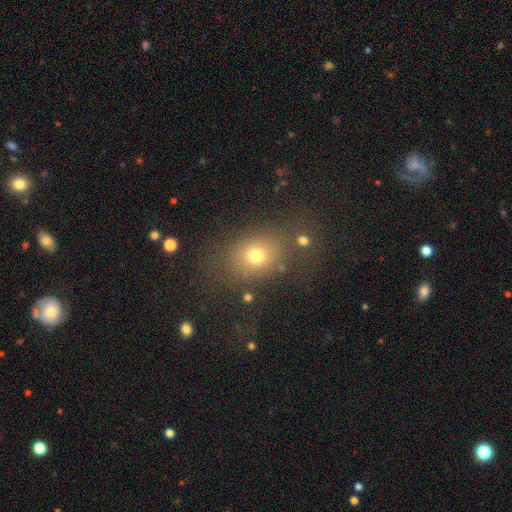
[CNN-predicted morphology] smooth_or_featured: smooth (p=0.71) [alt: star or artifact p=0.17]
how_rounded: in between (p=0.55) [alt: round p=0.43]
merging: none (p=0.71) [alt: minor disturbance p=0.14]